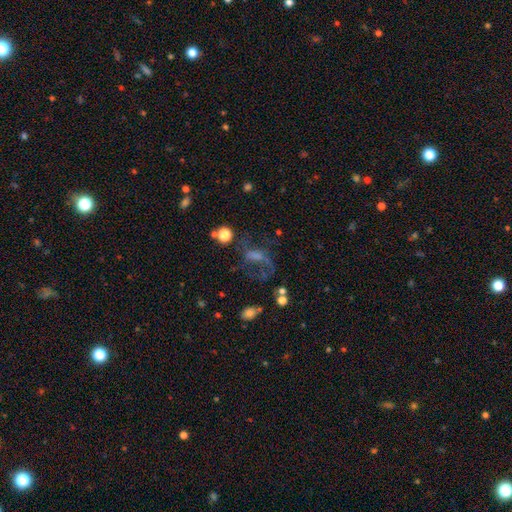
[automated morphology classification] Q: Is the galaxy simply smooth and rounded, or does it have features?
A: featured or disk — 51%.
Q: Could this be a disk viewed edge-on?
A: no — 93%.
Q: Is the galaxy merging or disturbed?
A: none — 40%.